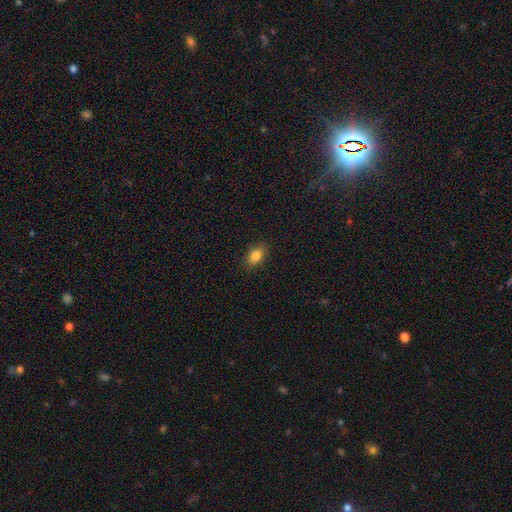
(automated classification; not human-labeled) Smooth or featured? Predicted: smooth (p=0.83). How rounded? Predicted: in between (p=0.83). Merging? Predicted: none (p=0.86).